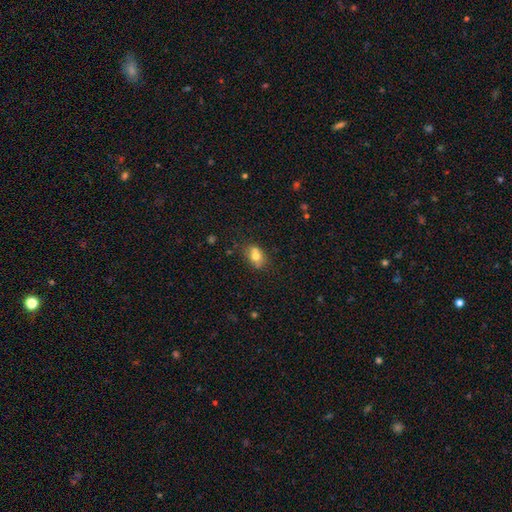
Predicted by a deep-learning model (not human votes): A smooth galaxy with no disk features (72%) that is in between round and cigar-shaped (68%). Merging: none (64%).